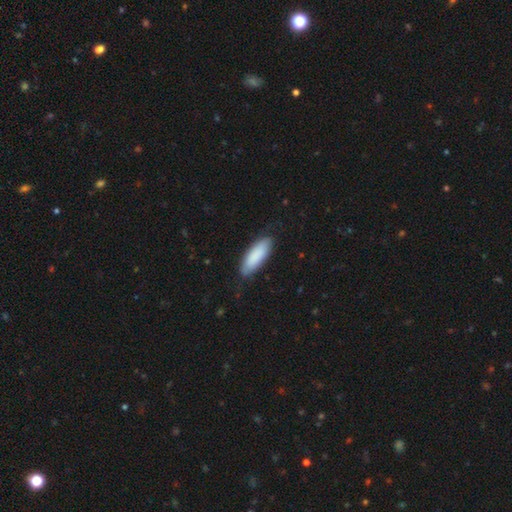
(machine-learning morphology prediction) Smooth or featured: smooth — 87% (featured or disk — 8%)
How rounded: in between — 63% (cigar-shaped — 36%)
Merging: none — 81% (minor disturbance — 15%)